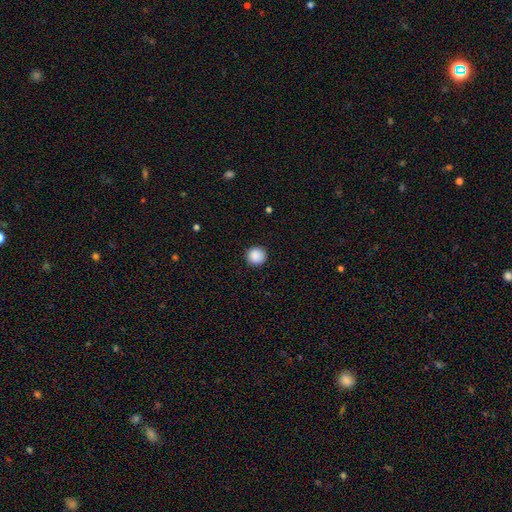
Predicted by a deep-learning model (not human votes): The model was most divided on "smooth or featured": smooth: 89%, star or artifact: 9%, featured or disk: 2%. More confident: how rounded — round (95%); merging — none (92%).